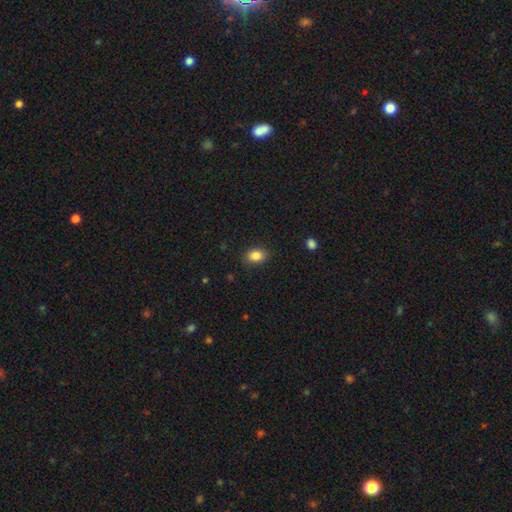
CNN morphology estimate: Smooth or featured?
  - smooth: 86% *
  - star or artifact: 9%
  - featured or disk: 5%
How rounded?
  - in between: 71% *
  - round: 28%
  - cigar-shaped: 1%
Merging?
  - none: 87% *
  - minor disturbance: 10%
  - major disturbance: 3%
  - merger: 1%